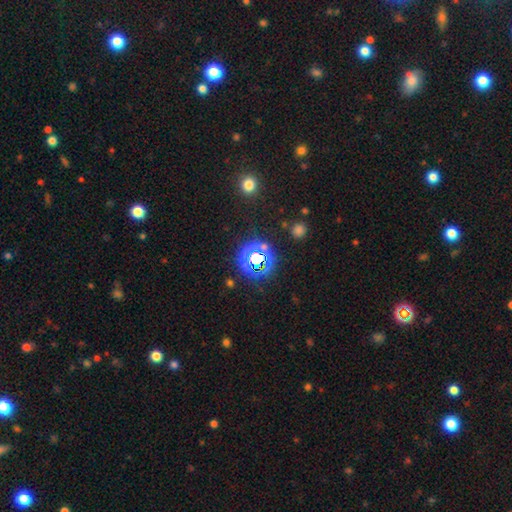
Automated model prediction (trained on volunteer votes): Smooth or featured? Predicted: star or artifact (p=0.70).